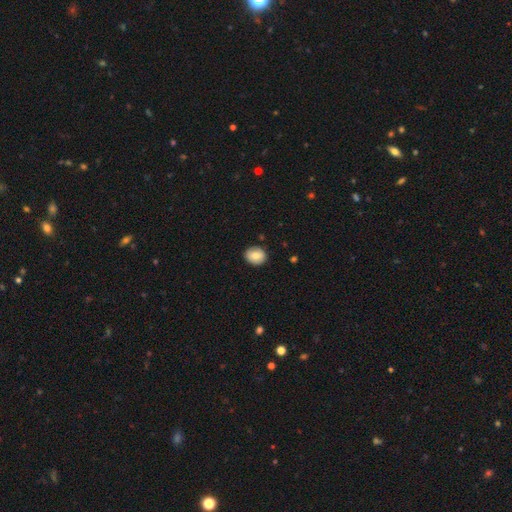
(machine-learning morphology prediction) smooth 78%, featured or disk 14%, star or artifact 8%. Down the decision tree: how rounded — round (61%); merging — none (87%).